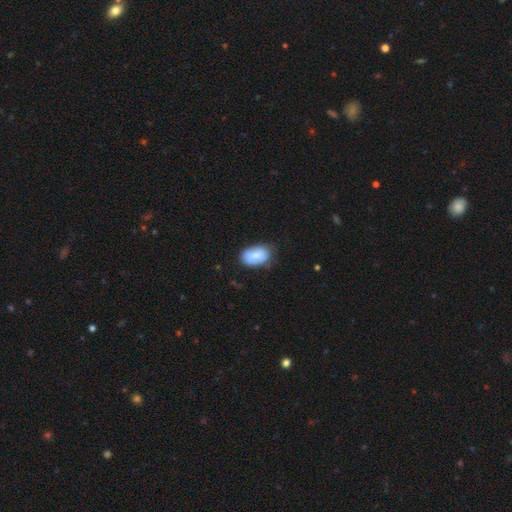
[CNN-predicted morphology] Smooth or featured? Predicted: smooth (p=0.75). How rounded? Predicted: in between (p=0.88). Merging? Predicted: none (p=0.68).